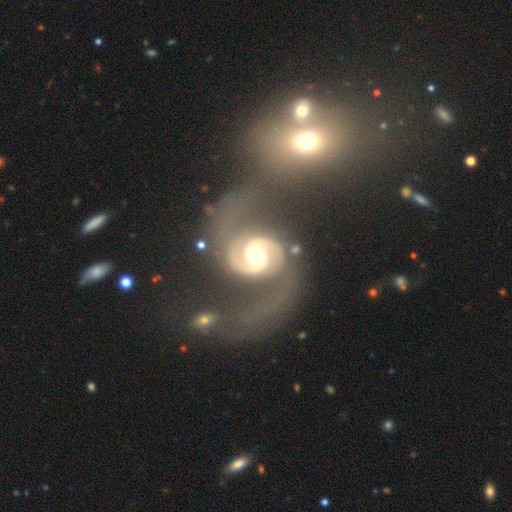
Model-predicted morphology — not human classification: Q: Smooth or featured?
A: featured or disk (91%); runner-up: star or artifact (5%)
Q: Edge-on disk?
A: no (98%); runner-up: yes (2%)
Q: Bar?
A: weak (42%); runner-up: no (31%)
Q: Spiral arms?
A: yes (97%); runner-up: no (3%)
Q: Spiral winding?
A: medium (53%); runner-up: loose (31%)
Q: Spiral arm count?
A: 2 (93%); runner-up: can't tell (2%)
Q: Bulge size?
A: moderate (63%); runner-up: large (26%)
Q: Merging?
A: none (51%); runner-up: major disturbance (24%)